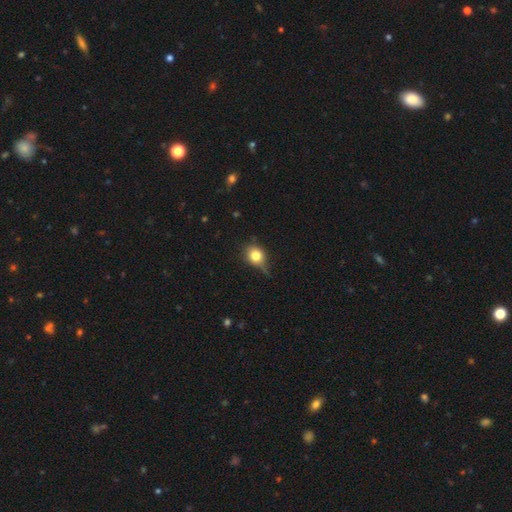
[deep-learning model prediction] smooth_or_featured: smooth (p=0.76) [alt: featured or disk p=0.13]
how_rounded: round (p=0.71) [alt: in between p=0.27]
merging: none (p=0.57) [alt: minor disturbance p=0.31]